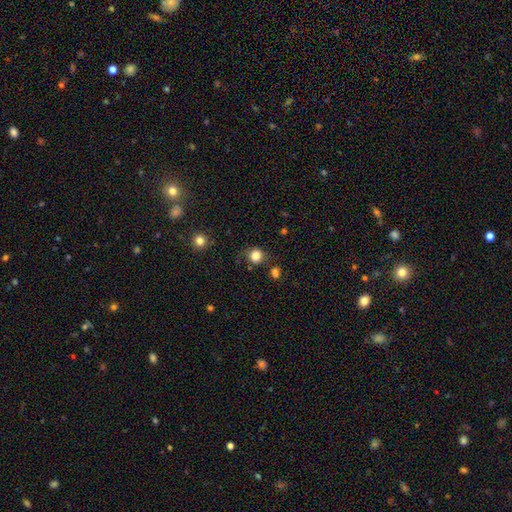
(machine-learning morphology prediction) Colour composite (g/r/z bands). It shows a smooth galaxy with no disk features (83%) that is round (87%). Merging: none (76%).